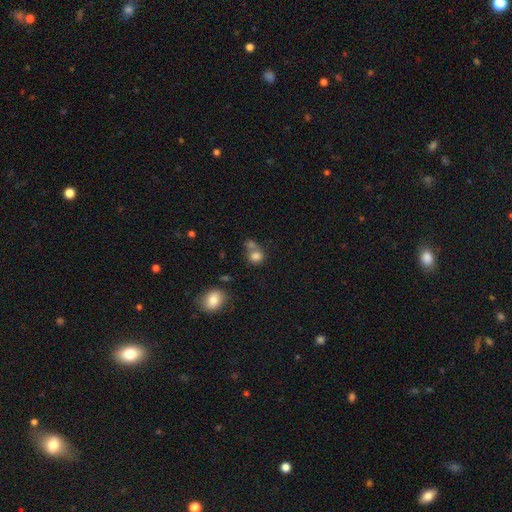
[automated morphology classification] Q: Smooth or featured?
A: smooth (75%); runner-up: star or artifact (16%)
Q: How rounded?
A: round (78%); runner-up: in between (21%)
Q: Merging?
A: none (47%); runner-up: merger (38%)